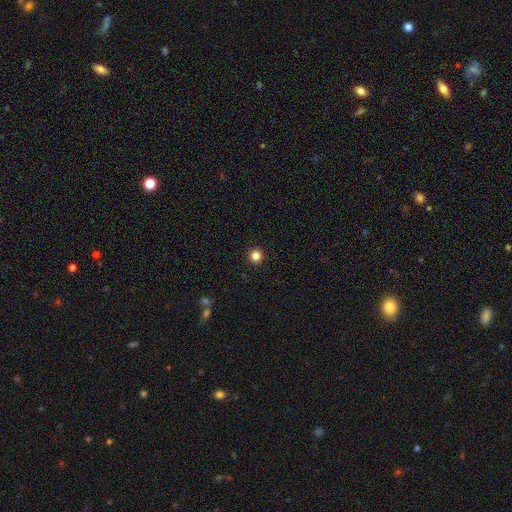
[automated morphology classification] Smooth or featured? Predicted: smooth (p=0.84). How rounded? Predicted: round (p=0.95). Merging? Predicted: none (p=0.94).